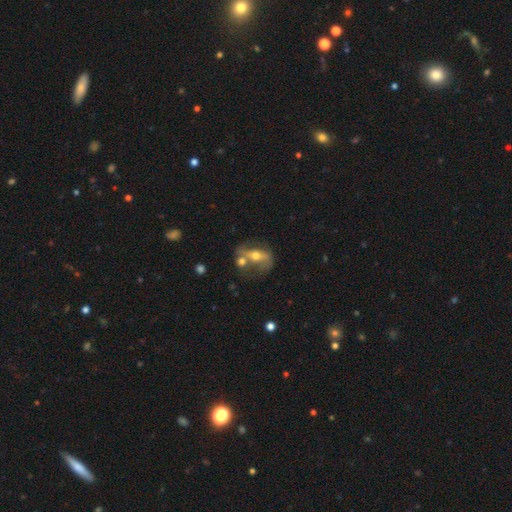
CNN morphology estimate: featured or disk 62%, smooth 28%, star or artifact 10%. Down the decision tree: edge-on disk — no (84%); bar — no (37%); spiral arms — yes (55%); bulge size — moderate (69%); merging — none (43%).